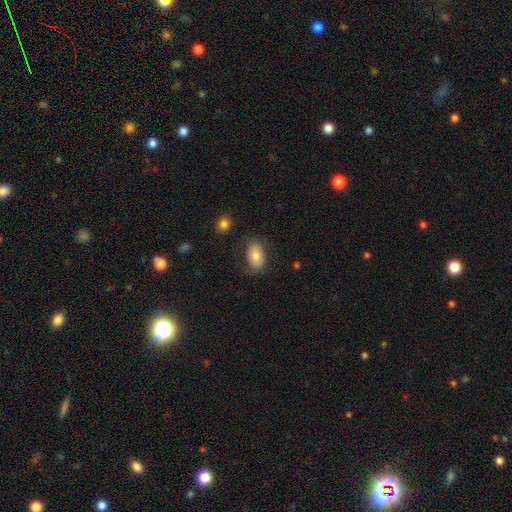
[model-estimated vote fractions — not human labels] The model was most divided on "merging": none: 72%, minor disturbance: 18%, major disturbance: 8%, merger: 2%. More confident: how rounded — in between (91%); smooth or featured — smooth (76%).